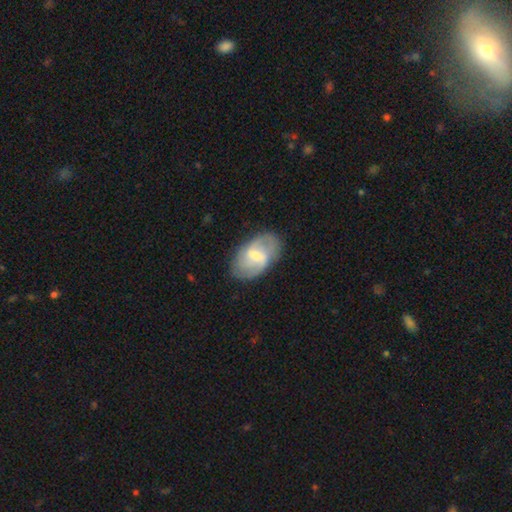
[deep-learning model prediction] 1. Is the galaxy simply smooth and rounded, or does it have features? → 62% featured or disk, 32% smooth, 6% star or artifact.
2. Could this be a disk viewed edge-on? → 95% no, 5% yes.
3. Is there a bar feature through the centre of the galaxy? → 56% weak, 31% strong, 13% no.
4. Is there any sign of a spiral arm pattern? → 76% yes, 24% no.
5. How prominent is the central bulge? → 45% small, 44% moderate, 5% none, 4% large, 1% dominant.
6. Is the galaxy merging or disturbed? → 78% none, 16% minor disturbance, 5% major disturbance, 1% merger.